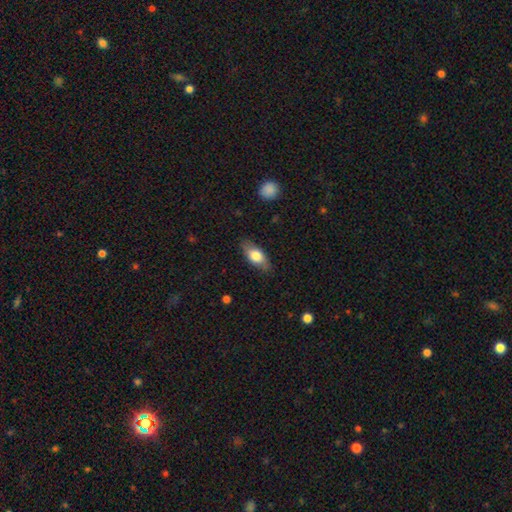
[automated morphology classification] This is likely a smooth galaxy (69%). How rounded: clearly in between (82%). Merging: clearly none (81%).